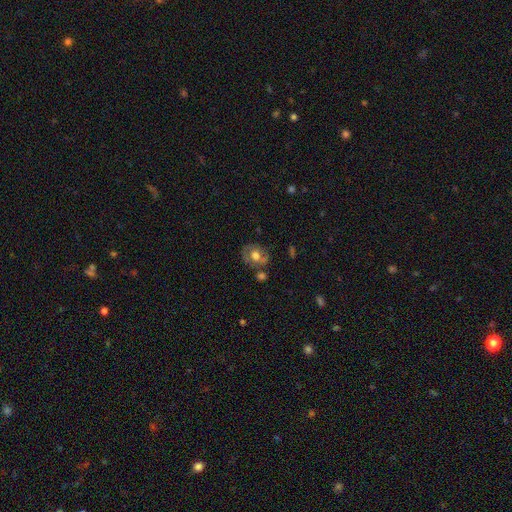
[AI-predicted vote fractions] Morphology: type=smooth (49%); merging=none (64%).